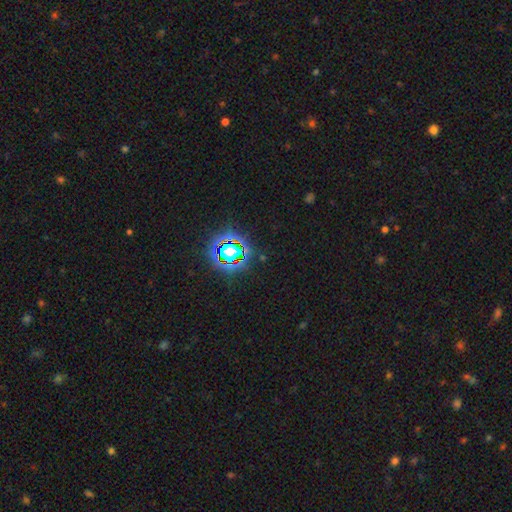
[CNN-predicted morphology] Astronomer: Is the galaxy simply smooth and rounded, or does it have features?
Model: star or artifact — 79%.